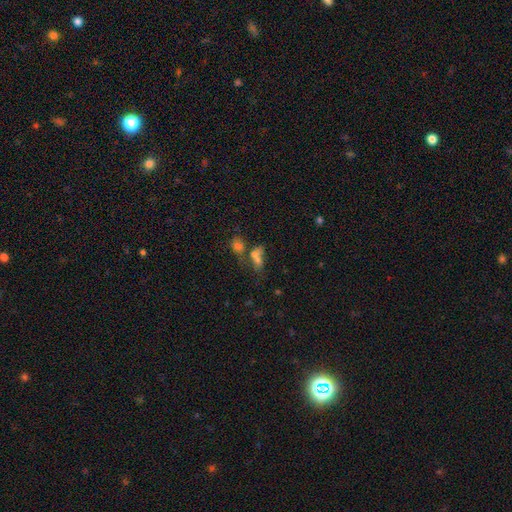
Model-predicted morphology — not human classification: smooth-or-featured: smooth: 65% | featured or disk: 19% | star or artifact: 16%
  how-rounded: in between: 67% | round: 28% | cigar-shaped: 6%
  merging: merger: 62% | none: 24% | minor disturbance: 8% | major disturbance: 7%